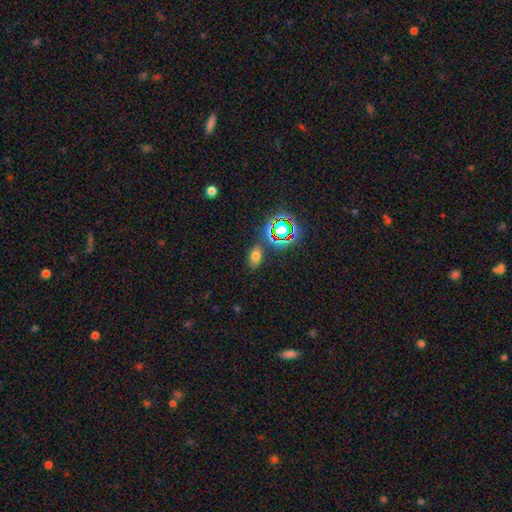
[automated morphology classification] Smooth or featured? smooth (65%)
How rounded? in between (84%)
Merging? none (79%)